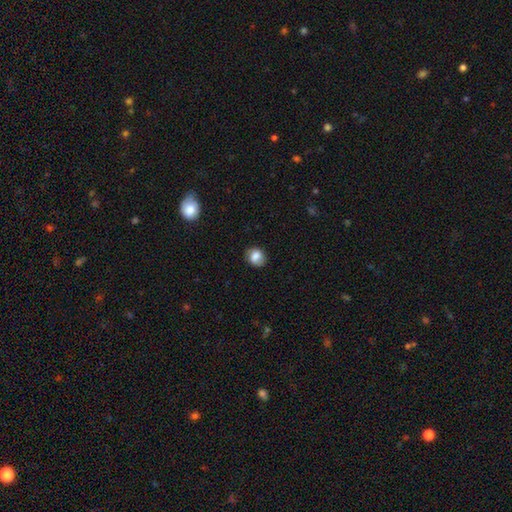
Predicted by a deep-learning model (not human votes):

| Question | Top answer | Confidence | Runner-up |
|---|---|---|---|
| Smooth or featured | smooth | 79% | featured or disk (12%) |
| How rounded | round | 64% | in between (35%) |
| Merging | none | 79% | minor disturbance (16%) |